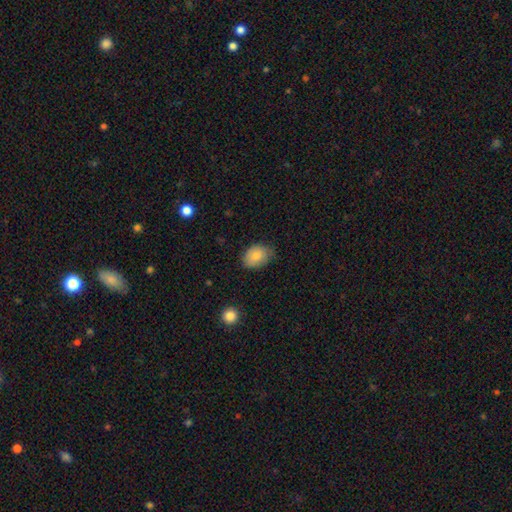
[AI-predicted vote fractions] Smooth or featured? smooth (84%)
How rounded? in between (77%)
Merging? none (70%)